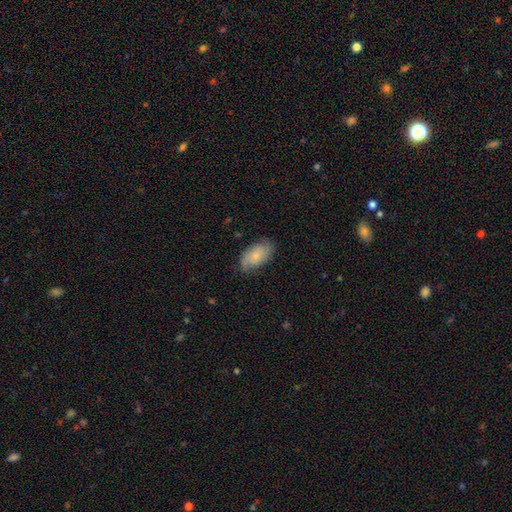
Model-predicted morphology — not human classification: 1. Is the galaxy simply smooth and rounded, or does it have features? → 57% smooth, 36% featured or disk, 7% star or artifact.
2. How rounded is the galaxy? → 93% in between, 5% round, 3% cigar-shaped.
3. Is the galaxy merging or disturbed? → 73% none, 21% minor disturbance, 5% major disturbance, 1% merger.